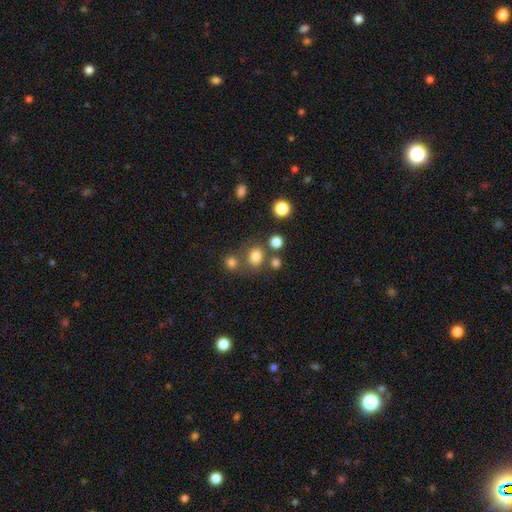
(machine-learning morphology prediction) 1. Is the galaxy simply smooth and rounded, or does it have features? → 78% smooth, 15% star or artifact, 7% featured or disk.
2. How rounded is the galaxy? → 67% round, 32% in between, 1% cigar-shaped.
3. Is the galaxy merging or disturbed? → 68% none, 17% merger, 10% minor disturbance, 4% major disturbance.